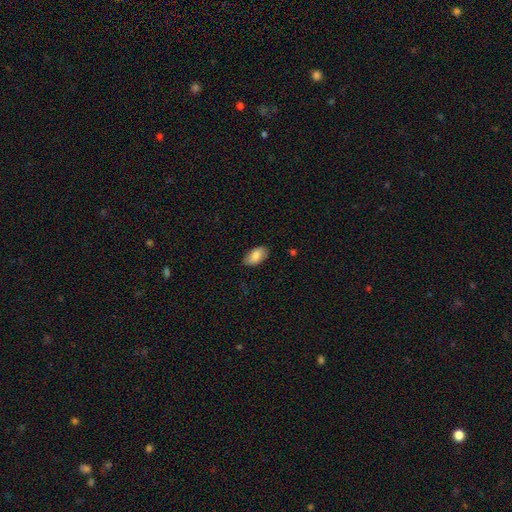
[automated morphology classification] Q: Smooth or featured?
A: smooth (84%); runner-up: featured or disk (10%)
Q: How rounded?
A: in between (94%); runner-up: round (3%)
Q: Merging?
A: none (85%); runner-up: minor disturbance (12%)